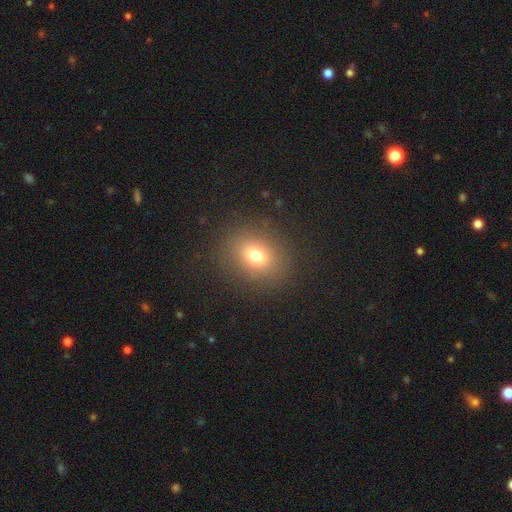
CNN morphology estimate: A smooth galaxy with no disk features (73%) that is round (58%). Merging: none (86%).